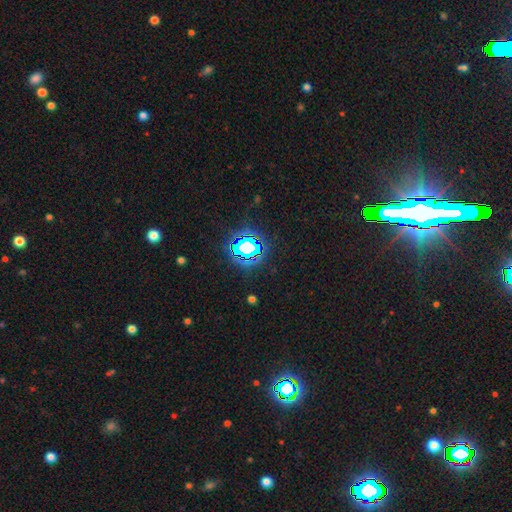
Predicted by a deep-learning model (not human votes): Q: Smooth or featured?
A: star or artifact (76%); runner-up: smooth (15%)